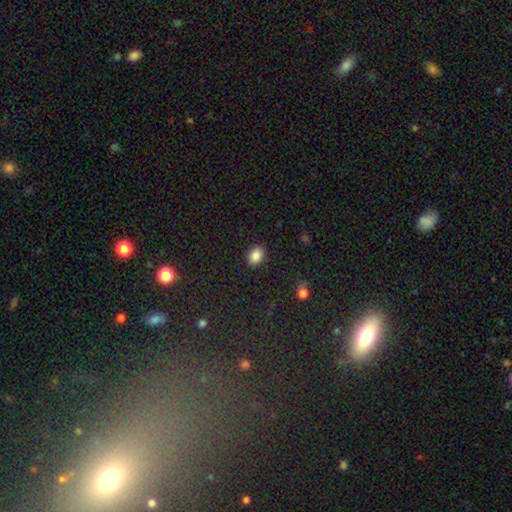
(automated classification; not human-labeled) Smooth or featured: smooth — 87% (star or artifact — 9%)
How rounded: in between — 67% (round — 32%)
Merging: none — 88% (minor disturbance — 8%)